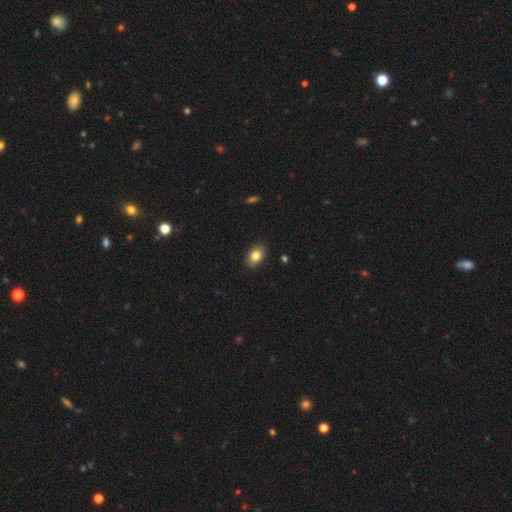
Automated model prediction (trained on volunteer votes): A smooth galaxy with no disk features (82%) that is in between round and cigar-shaped (83%).

Vote fractions:
- Smooth or featured? smooth: 82% / featured or disk: 10% / star or artifact: 8%
- How rounded? in between: 83% / round: 16% / cigar-shaped: 1%
- Merging? none: 89% / minor disturbance: 8% / major disturbance: 2% / merger: 1%